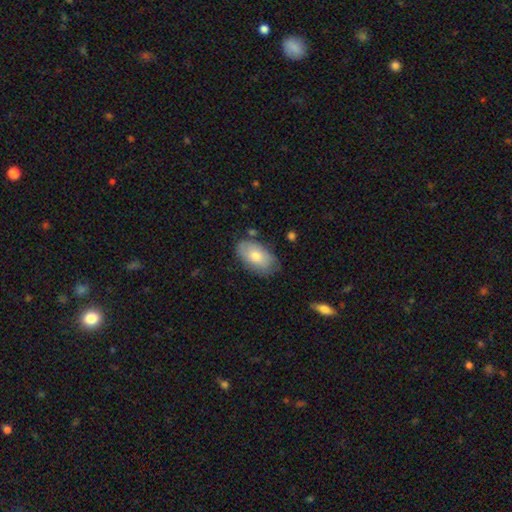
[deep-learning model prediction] A smooth galaxy with no disk features (71%) that is in between round and cigar-shaped (93%).

Vote fractions:
- Smooth or featured? smooth: 71% / featured or disk: 22% / star or artifact: 6%
- How rounded? in between: 93% / round: 5% / cigar-shaped: 2%
- Merging? none: 72% / minor disturbance: 22% / major disturbance: 4% / merger: 2%